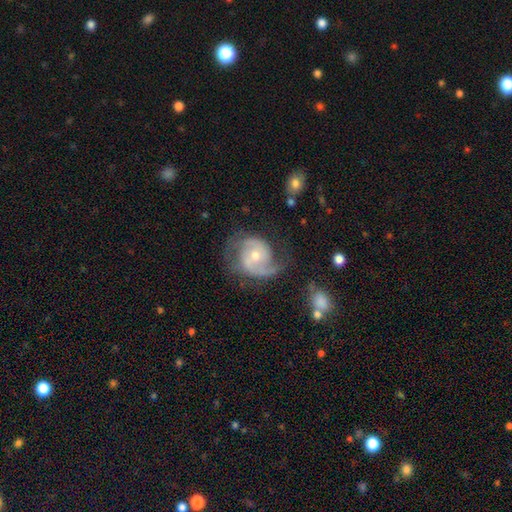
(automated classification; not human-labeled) Overall: featured or disk (85%). Edge-on disk: no (98%). Bar: no (59%; weak 34%). Spiral arms: yes (96%). Spiral arm count: 2 (75%). Spiral winding: medium (50%; tight 29%). Bulge size: moderate (52%; small 43%). Merging: none (62%).